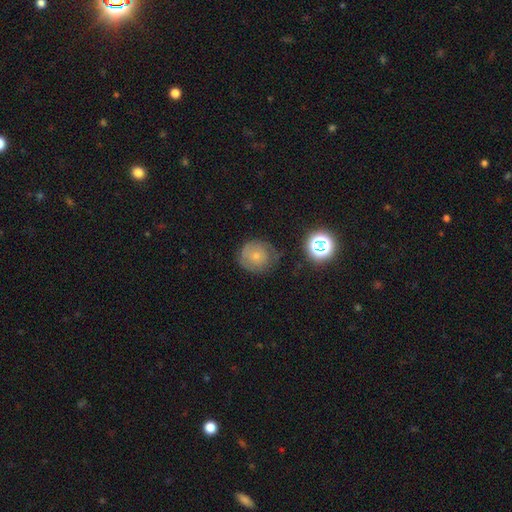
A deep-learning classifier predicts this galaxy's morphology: type=smooth (57%); roundness=round (87%); merging=none (64%).